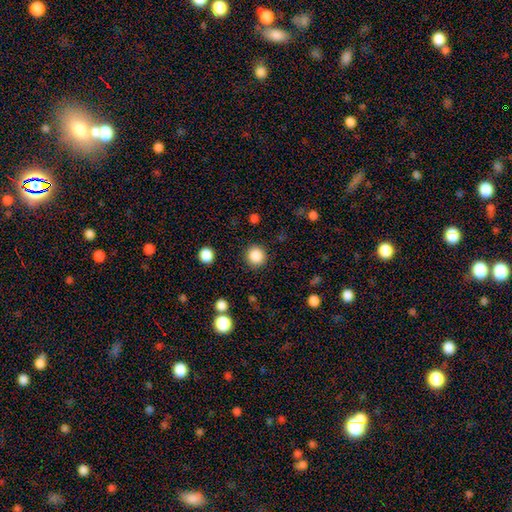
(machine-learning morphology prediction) Smooth or featured?
  - smooth: 87% *
  - star or artifact: 10%
  - featured or disk: 3%
How rounded?
  - round: 94% *
  - in between: 5%
  - cigar-shaped: 1%
Merging?
  - none: 91% *
  - minor disturbance: 5%
  - major disturbance: 2%
  - merger: 1%